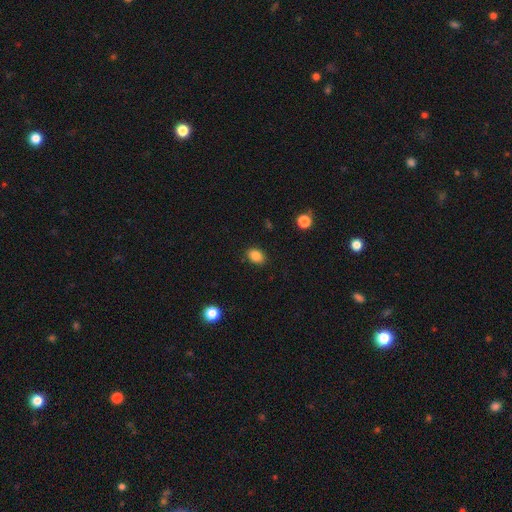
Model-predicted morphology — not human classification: smooth-or-featured: smooth: 86% | star or artifact: 10% | featured or disk: 4%
  how-rounded: in between: 68% | round: 31% | cigar-shaped: 1%
  merging: none: 87% | minor disturbance: 9% | major disturbance: 3% | merger: 1%